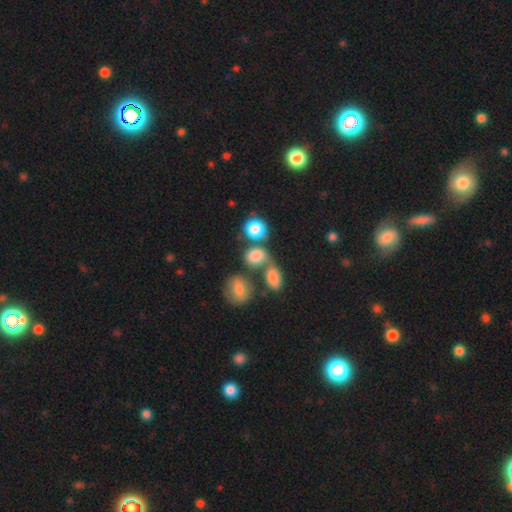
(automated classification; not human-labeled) The model was most divided on "how rounded": round: 51%, in between: 47%, cigar-shaped: 2%. Remaining: smooth or featured — smooth (79%); merging — merger (44%).